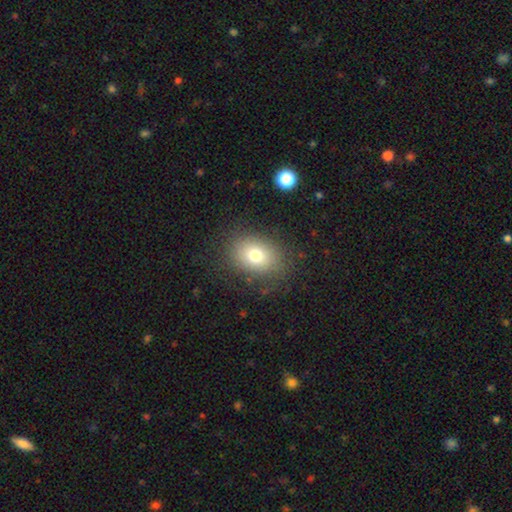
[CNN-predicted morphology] type=smooth (75%); roundness=in between (61%); merging=none (82%).